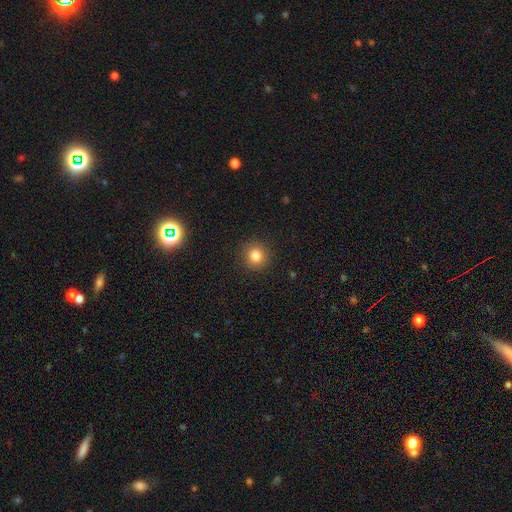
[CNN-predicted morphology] smooth-or-featured: smooth: 82% | star or artifact: 12% | featured or disk: 6%
  how-rounded: round: 92% | in between: 7% | cigar-shaped: 1%
  merging: none: 90% | minor disturbance: 6% | major disturbance: 2% | merger: 1%